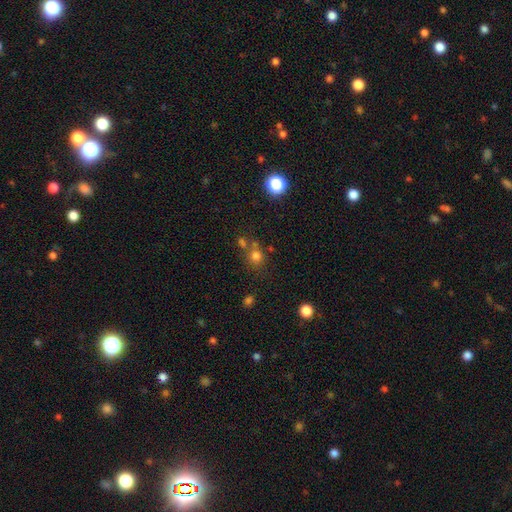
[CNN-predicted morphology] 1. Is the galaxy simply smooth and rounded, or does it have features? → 73% smooth, 18% star or artifact, 9% featured or disk.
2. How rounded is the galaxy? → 86% round, 13% in between, 1% cigar-shaped.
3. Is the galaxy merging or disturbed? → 61% none, 24% merger, 10% minor disturbance, 5% major disturbance.